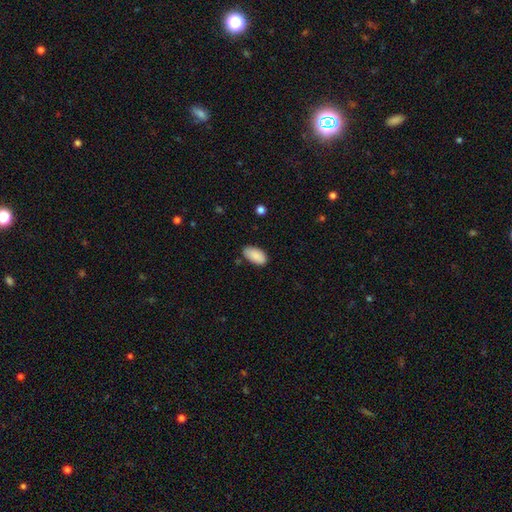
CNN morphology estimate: Smooth or featured: smooth — 89% (star or artifact — 6%)
How rounded: in between — 95% (round — 2%)
Merging: none — 80% (minor disturbance — 15%)